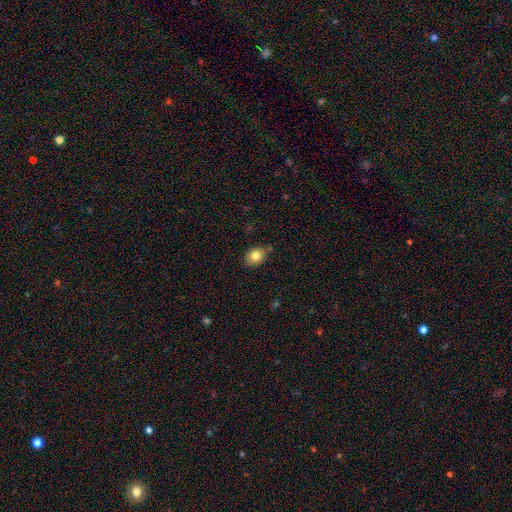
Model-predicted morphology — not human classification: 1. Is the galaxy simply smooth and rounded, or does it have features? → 80% smooth, 11% featured or disk, 10% star or artifact.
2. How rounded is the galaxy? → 51% in between, 48% round, 1% cigar-shaped.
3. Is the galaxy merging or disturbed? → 80% none, 14% minor disturbance, 3% merger, 3% major disturbance.